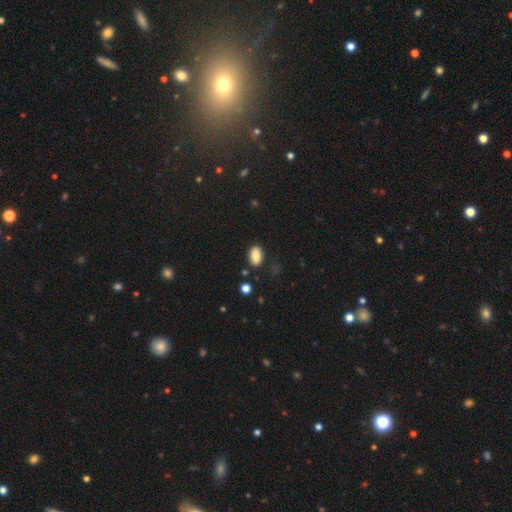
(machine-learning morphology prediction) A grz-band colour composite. It shows a smooth galaxy with no disk features (85%) that is in between round and cigar-shaped (90%). Merging: none (82%).